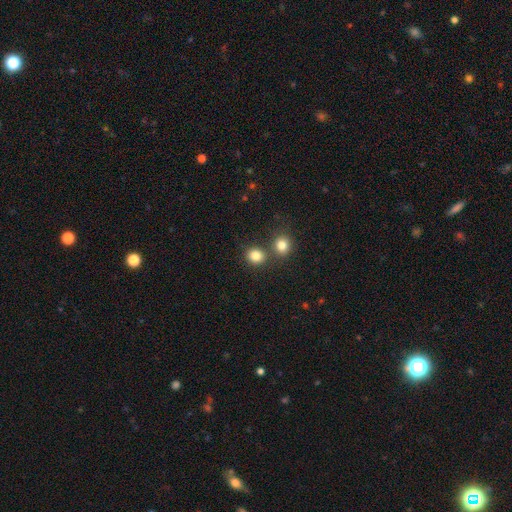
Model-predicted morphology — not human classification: A smooth galaxy with no disk features (83%) that is round (78%). Merging: none (69%).